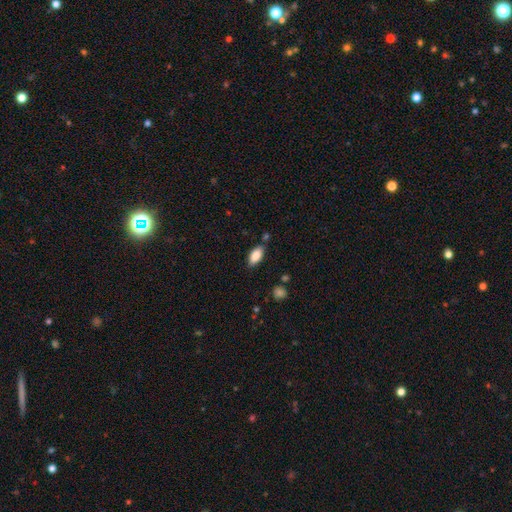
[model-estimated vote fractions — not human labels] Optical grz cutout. It shows a smooth galaxy with no disk features (86%) that is in between round and cigar-shaped (90%). Merging: none (80%).